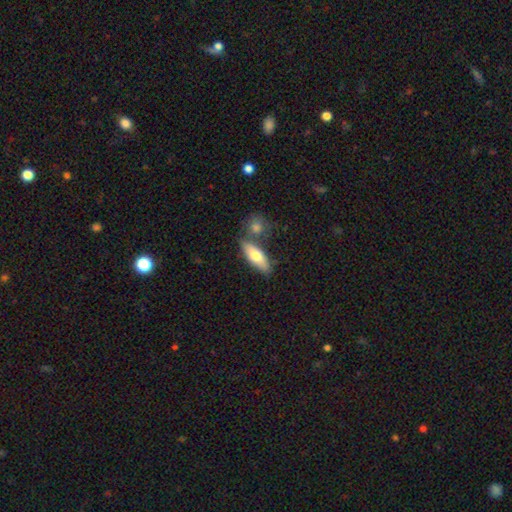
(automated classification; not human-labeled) smooth-or-featured: smooth: 67% | featured or disk: 27% | star or artifact: 6%
  how-rounded: in between: 61% | cigar-shaped: 35% | round: 3%
  merging: none: 65% | merger: 20% | minor disturbance: 12% | major disturbance: 3%